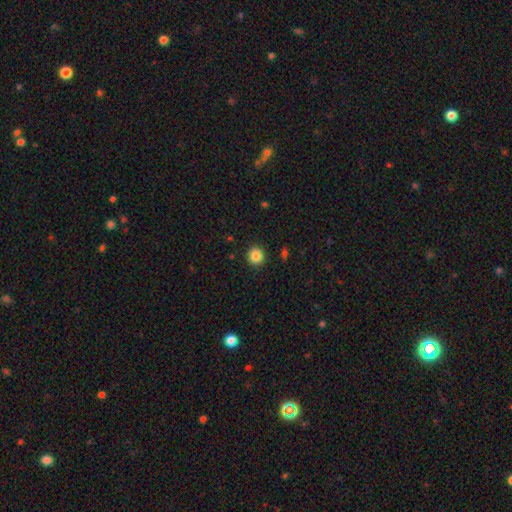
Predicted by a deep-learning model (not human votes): smooth-or-featured: smooth: 85% | star or artifact: 10% | featured or disk: 5%
  how-rounded: round: 90% | in between: 9% | cigar-shaped: 1%
  merging: none: 91% | minor disturbance: 6% | major disturbance: 2% | merger: 1%